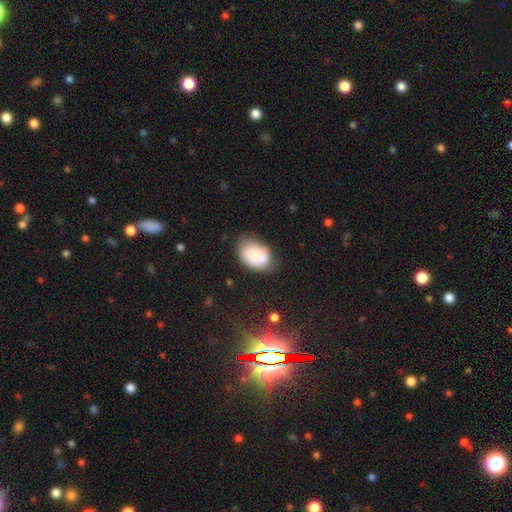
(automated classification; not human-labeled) Smooth or featured?
  - smooth: 79% *
  - featured or disk: 14%
  - star or artifact: 8%
How rounded?
  - in between: 82% *
  - round: 17%
  - cigar-shaped: 1%
Merging?
  - none: 61% *
  - minor disturbance: 29%
  - major disturbance: 8%
  - merger: 3%